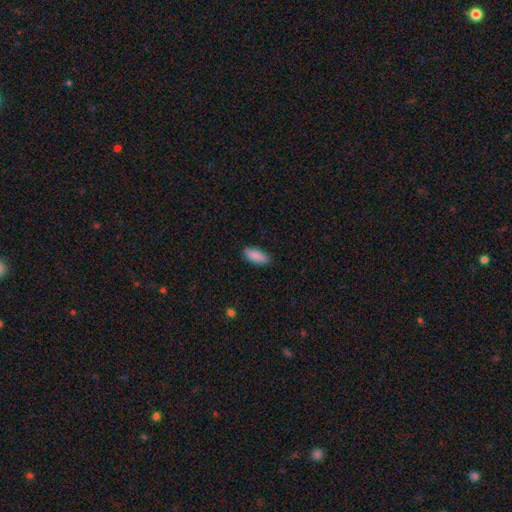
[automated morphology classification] Overall: smooth (90%). How rounded: in between (78%). Merging: none (87%).